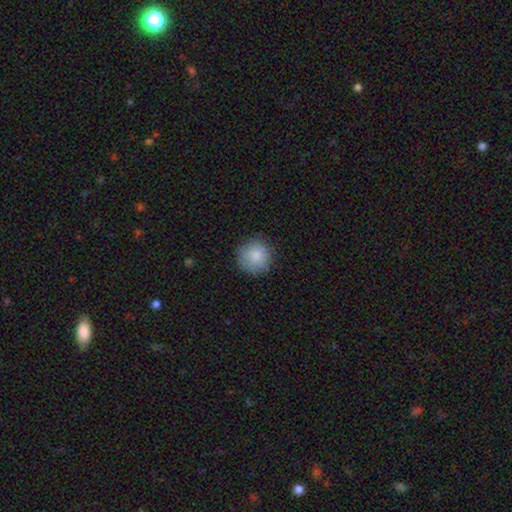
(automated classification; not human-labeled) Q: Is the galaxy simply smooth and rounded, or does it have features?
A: smooth — 86%.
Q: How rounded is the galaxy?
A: round — 94%.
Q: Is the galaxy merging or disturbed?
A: none — 86%.